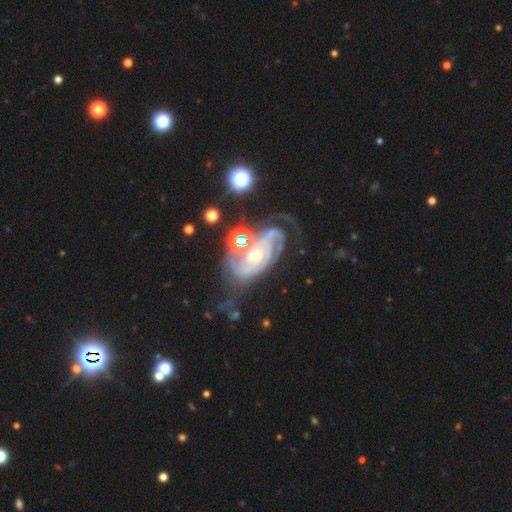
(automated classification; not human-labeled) smooth_or_featured: featured or disk (p=0.86) [alt: star or artifact p=0.07]
disk_edge_on: no (p=0.96) [alt: yes p=0.04]
bar: no (p=0.67) [alt: weak p=0.23]
has_spiral_arms: yes (p=0.93) [alt: no p=0.07]
spiral_winding: tight (p=0.56) [alt: medium p=0.33]
spiral_arm_count: 2 (p=0.32) [alt: can't tell p=0.29]
bulge_size: moderate (p=0.50) [alt: small p=0.46]
merging: none (p=0.44) [alt: major disturbance p=0.23]